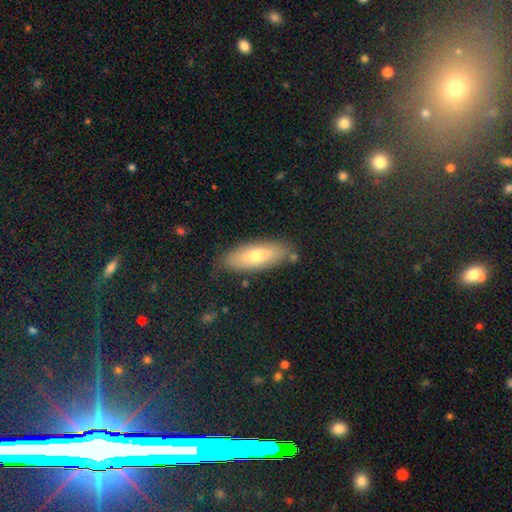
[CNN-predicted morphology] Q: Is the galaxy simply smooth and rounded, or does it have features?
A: smooth — 65%.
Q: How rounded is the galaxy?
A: in between — 72%.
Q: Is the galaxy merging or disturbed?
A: none — 80%.